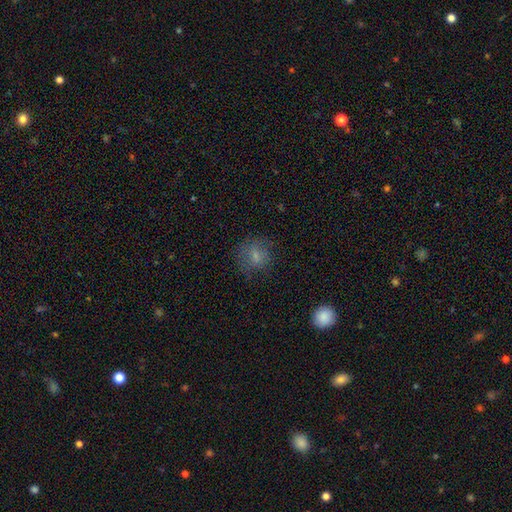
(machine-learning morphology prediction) Smooth or featured: smooth — 73% (featured or disk — 15%)
How rounded: round — 79% (in between — 20%)
Merging: none — 70% (minor disturbance — 19%)